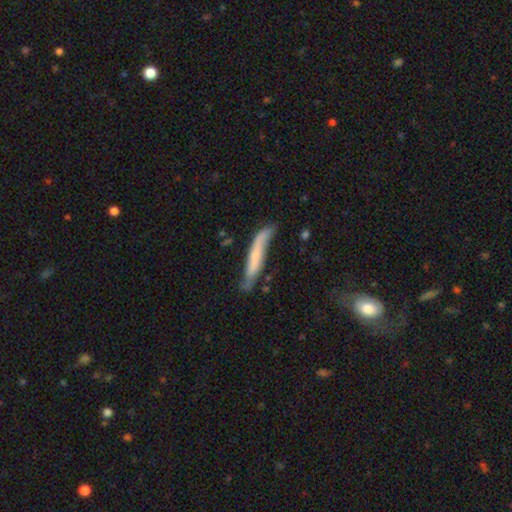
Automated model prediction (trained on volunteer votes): smooth-or-featured: smooth: 48% | featured or disk: 46% | star or artifact: 6%
  merging: none: 52% | minor disturbance: 32% | major disturbance: 12% | merger: 4%